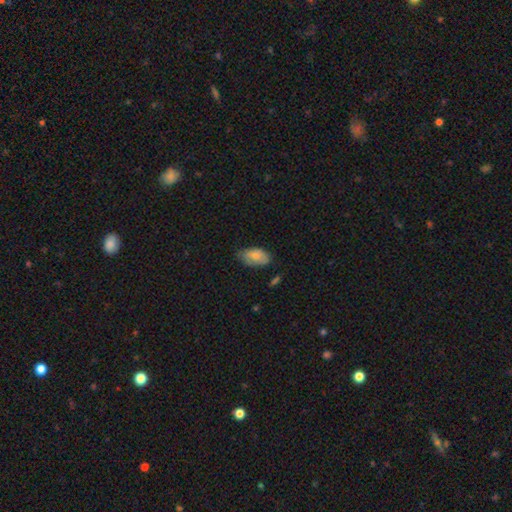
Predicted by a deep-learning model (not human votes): A smooth galaxy with no disk features (75%) that is in between round and cigar-shaped (94%).

Vote fractions:
- Smooth or featured? smooth: 75% / featured or disk: 19% / star or artifact: 6%
- How rounded? in between: 94% / round: 4% / cigar-shaped: 2%
- Merging? none: 62% / minor disturbance: 31% / major disturbance: 5% / merger: 2%